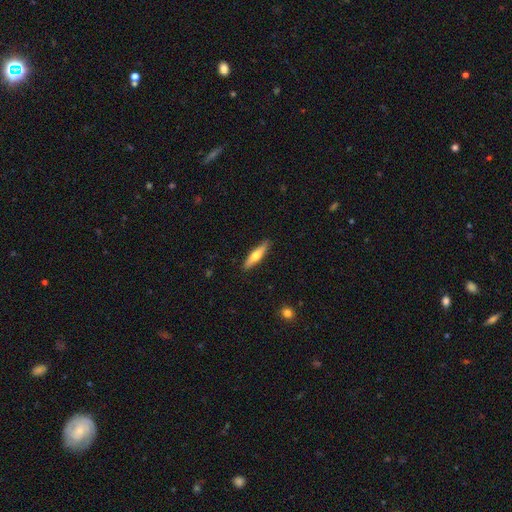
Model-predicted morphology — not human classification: type=smooth (53%); roundness=cigar-shaped (79%); merging=none (89%).